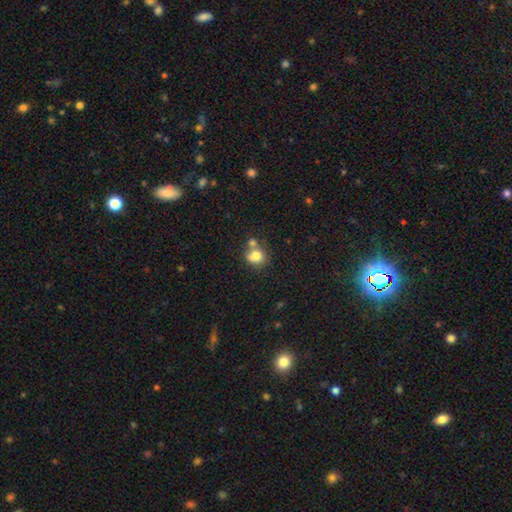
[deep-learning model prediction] This is likely a smooth galaxy (78%). How rounded: likely round (67%). Merging: marginally none (42%).